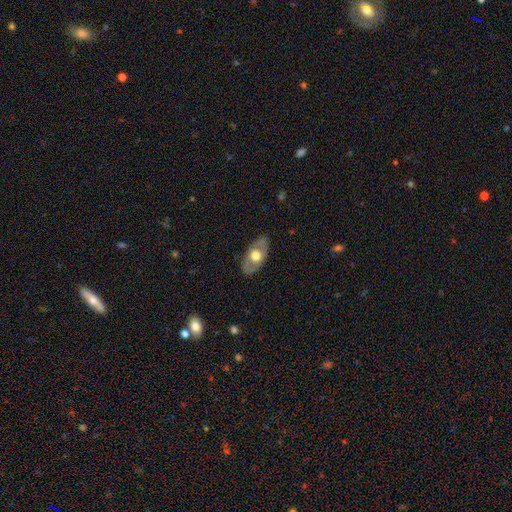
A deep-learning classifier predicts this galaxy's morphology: A featured or disk galaxy (49%).

Vote fractions:
- Smooth or featured? featured or disk: 49% / smooth: 45% / star or artifact: 5%
- Merging? none: 80% / minor disturbance: 15% / major disturbance: 4% / merger: 1%